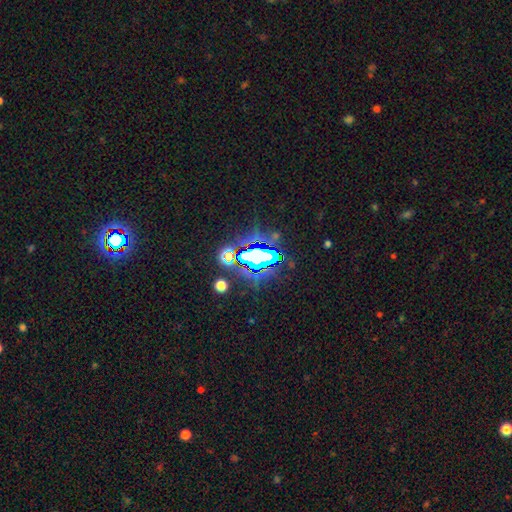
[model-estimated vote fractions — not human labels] The model was most divided on "smooth or featured": star or artifact: 69%, smooth: 17%, featured or disk: 14%.